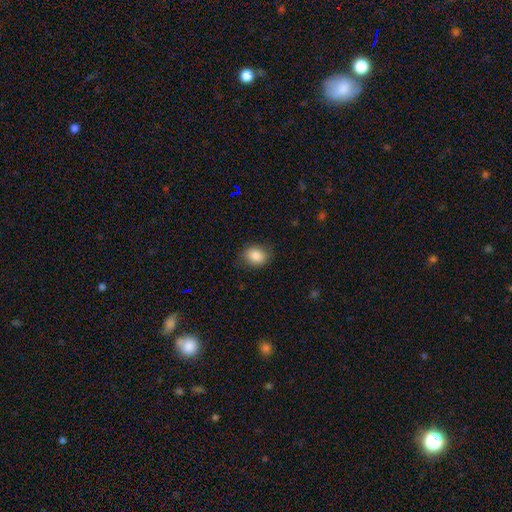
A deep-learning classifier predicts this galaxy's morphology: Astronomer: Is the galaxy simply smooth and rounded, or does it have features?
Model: smooth — 86%.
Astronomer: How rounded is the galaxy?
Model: in between — 52% (runner-up: round, 47%).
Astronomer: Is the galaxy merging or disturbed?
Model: none — 80%.